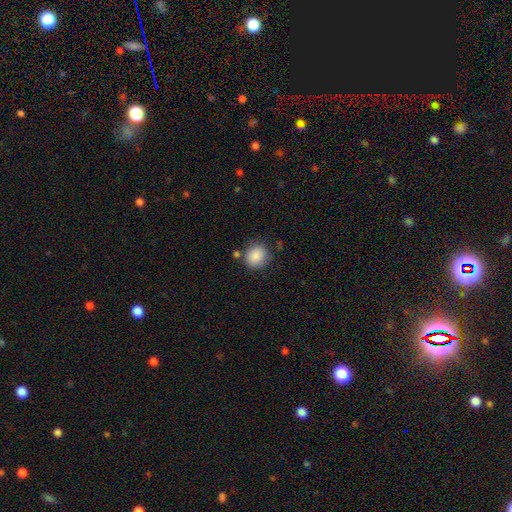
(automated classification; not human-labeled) smooth-or-featured: smooth: 87% | star or artifact: 8% | featured or disk: 5%
  how-rounded: round: 78% | in between: 21% | cigar-shaped: 1%
  merging: none: 78% | minor disturbance: 13% | merger: 6% | major disturbance: 4%